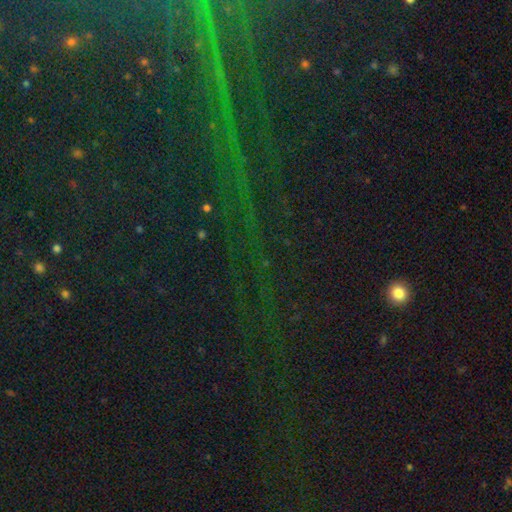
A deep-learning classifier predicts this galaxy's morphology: A star or artifact, not a galaxy (82%).